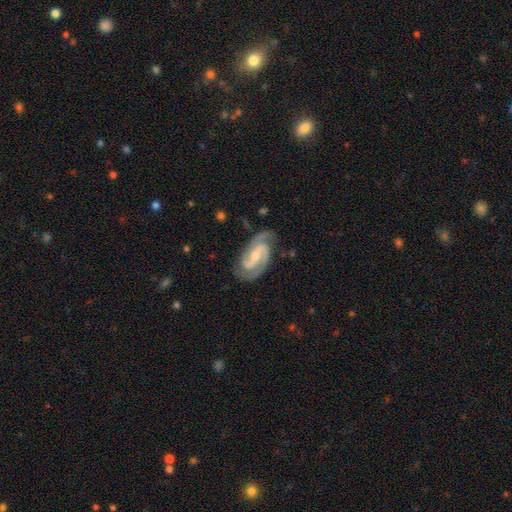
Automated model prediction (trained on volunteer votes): A featured or disk galaxy (91%) with a weak bar (42%), 2 (84%) medium (50%) spiral arms (98%) and a small central bulge (59%).

Vote fractions:
- Smooth or featured? featured or disk: 91% / smooth: 5% / star or artifact: 4%
- Edge-on disk? no: 97% / yes: 3%
- Bar? weak: 42% / no: 30% / strong: 27%
- Spiral arms? yes: 98% / no: 2%
- Spiral winding? medium: 50% / tight: 41% / loose: 9%
- Spiral arm count? 2: 84% / 3: 8% / can't tell: 3% / 1: 1% / 4: 1% / more than 4: 1%
- Bulge size? small: 59% / moderate: 35% / none: 3% / large: 2% / dominant: 1%
- Merging? none: 78% / minor disturbance: 16% / major disturbance: 5% / merger: 1%